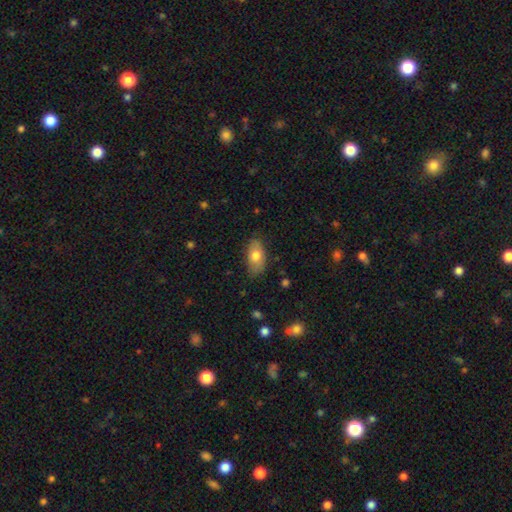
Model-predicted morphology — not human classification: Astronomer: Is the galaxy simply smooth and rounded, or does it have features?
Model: smooth — 74%.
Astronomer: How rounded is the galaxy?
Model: in between — 92%.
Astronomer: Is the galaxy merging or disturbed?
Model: none — 78%.